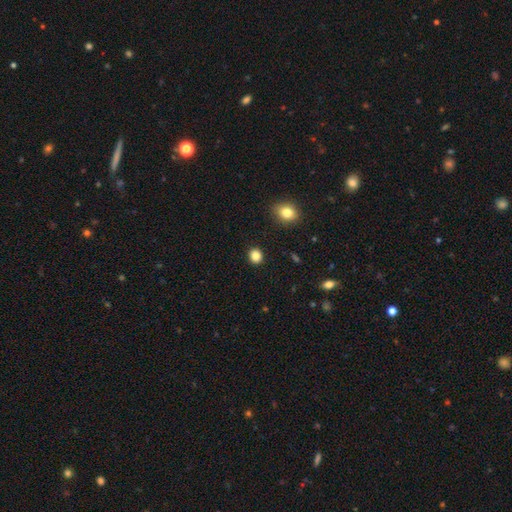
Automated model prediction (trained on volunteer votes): Smooth or featured: smooth — 85% (star or artifact — 11%)
How rounded: round — 77% (in between — 22%)
Merging: none — 91% (minor disturbance — 6%)